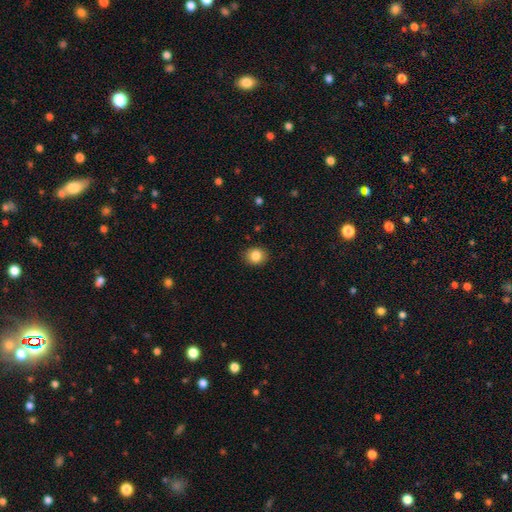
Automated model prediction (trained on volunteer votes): This is clearly a smooth galaxy (85%). How rounded: likely round (71%). Merging: clearly none (89%).